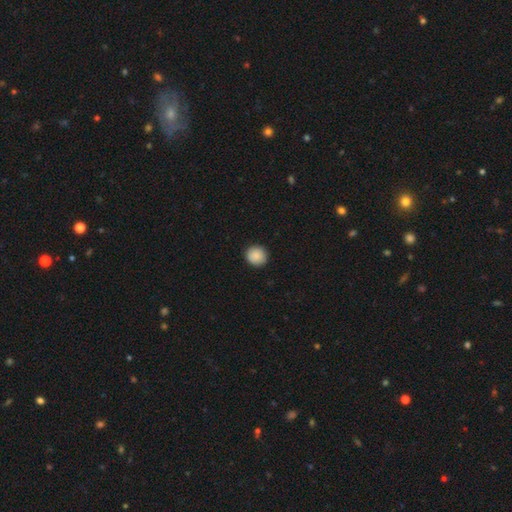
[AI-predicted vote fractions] Q: Smooth or featured?
A: smooth (89%); runner-up: star or artifact (8%)
Q: How rounded?
A: round (93%); runner-up: in between (6%)
Q: Merging?
A: none (92%); runner-up: minor disturbance (6%)